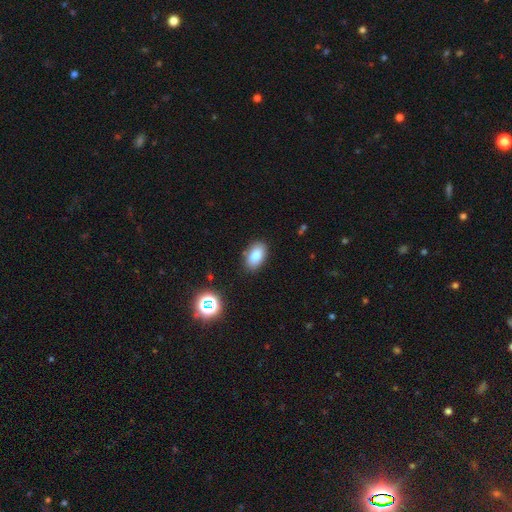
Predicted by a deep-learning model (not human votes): Smooth or featured?
  - smooth: 83% *
  - star or artifact: 10%
  - featured or disk: 7%
How rounded?
  - in between: 93% *
  - round: 6%
  - cigar-shaped: 2%
Merging?
  - none: 85% *
  - minor disturbance: 11%
  - major disturbance: 3%
  - merger: 2%